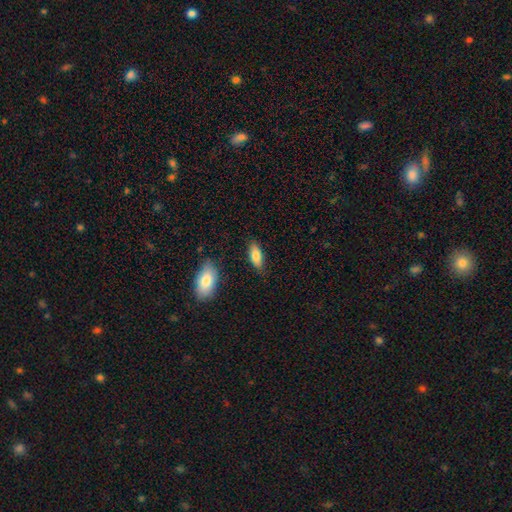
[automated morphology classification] This is clearly a smooth galaxy (82%). How rounded: likely in between (79%). Merging: clearly none (82%).